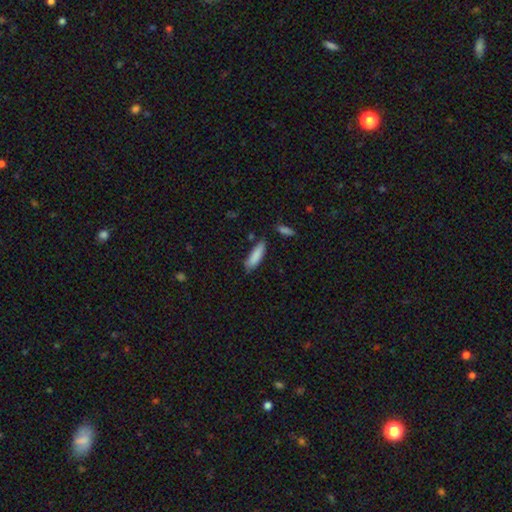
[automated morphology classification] Smooth or featured: smooth — 86% (featured or disk — 8%)
How rounded: cigar-shaped — 56% (in between — 42%)
Merging: none — 74% (minor disturbance — 18%)